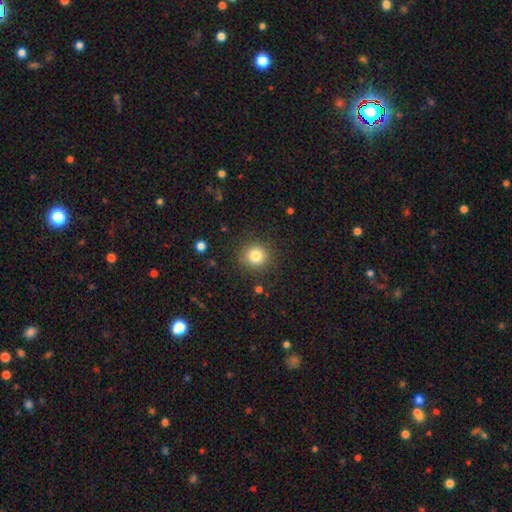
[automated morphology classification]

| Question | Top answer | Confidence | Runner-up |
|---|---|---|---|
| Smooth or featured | smooth | 81% | star or artifact (12%) |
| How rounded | round | 93% | in between (7%) |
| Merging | none | 89% | minor disturbance (7%) |